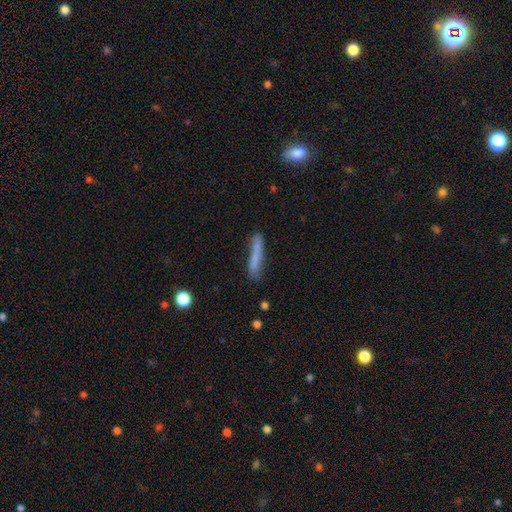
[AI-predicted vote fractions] smooth 70%, featured or disk 22%, star or artifact 8%. Down the decision tree: how rounded — cigar-shaped (93%); merging — none (70%).